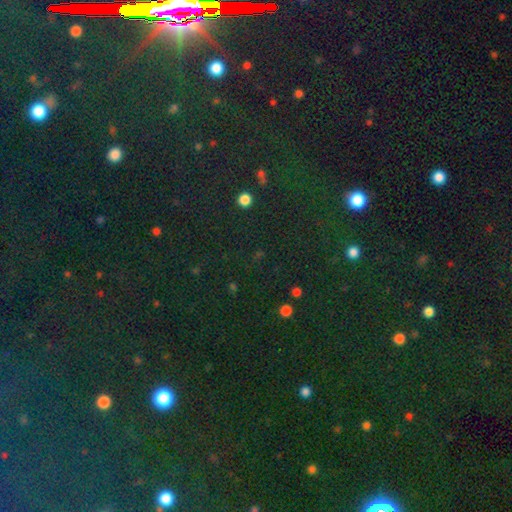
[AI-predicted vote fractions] A star or artifact, not a galaxy (73%).

Vote fractions:
- Smooth or featured? star or artifact: 73% / smooth: 20% / featured or disk: 8%